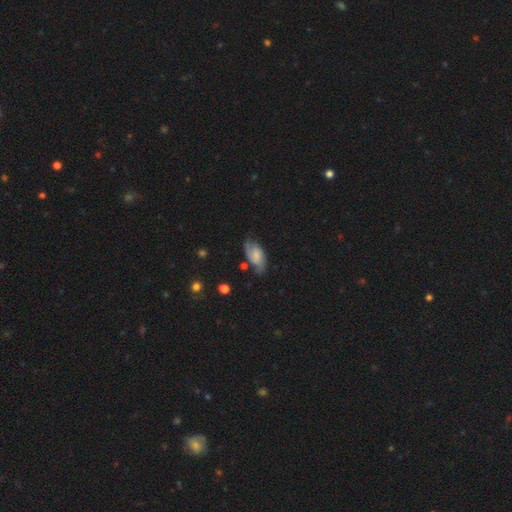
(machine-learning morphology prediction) Overall: featured or disk (60%; smooth 32%). Edge-on disk: no (95%). Bar: no (48%; weak 41%). Spiral arms: yes (91%). Spiral arm count: 2 (79%). Spiral winding: medium (45%; tight 29%). Bulge size: small (43%; moderate 25%). Merging: none (62%; minor disturbance 25%).